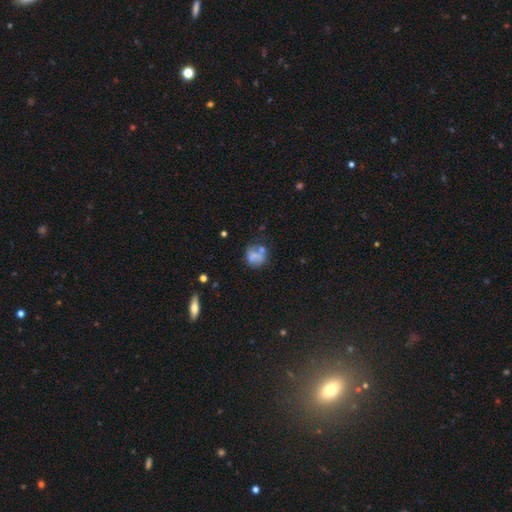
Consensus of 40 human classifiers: smooth-or-featured: smooth: 55% | featured or disk: 32% | star or artifact: 12%
  how-rounded: in between: 50% | round: 45% | cigar-shaped: 5%
  merging: none: 37% | major disturbance: 26% | merger: 26% | minor disturbance: 11%